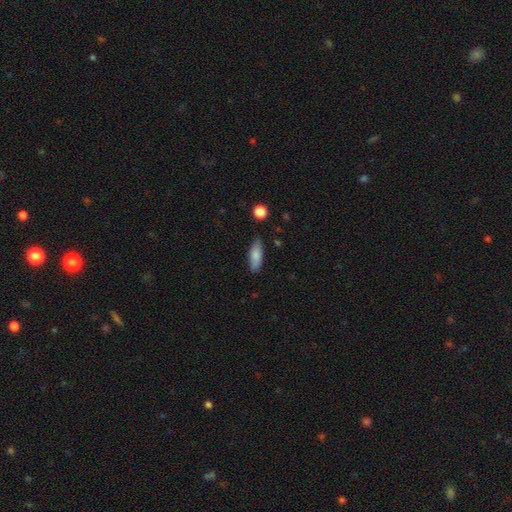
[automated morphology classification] A smooth galaxy with no disk features (82%) that is in between round and cigar-shaped (69%). Merging: none (81%).